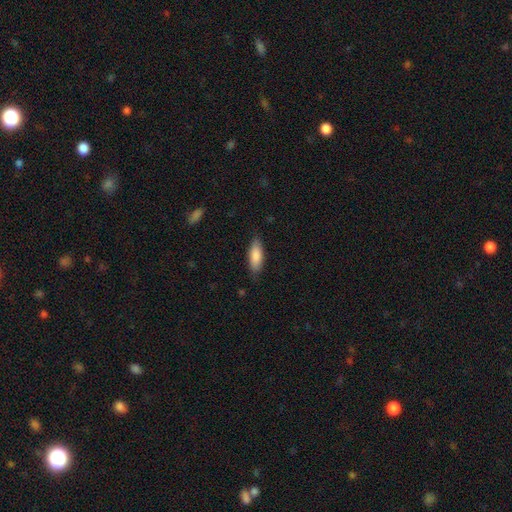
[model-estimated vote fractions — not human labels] Q: Smooth or featured?
A: smooth (85%); runner-up: featured or disk (9%)
Q: How rounded?
A: in between (67%); runner-up: cigar-shaped (31%)
Q: Merging?
A: none (83%); runner-up: minor disturbance (13%)